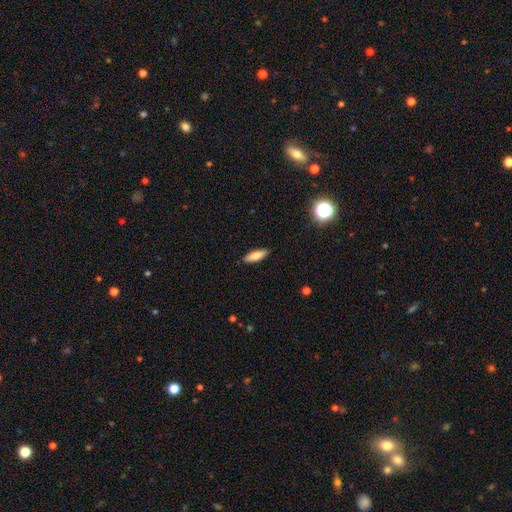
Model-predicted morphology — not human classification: Smooth or featured?
  - smooth: 83% *
  - featured or disk: 11%
  - star or artifact: 7%
How rounded?
  - in between: 55% *
  - cigar-shaped: 43%
  - round: 2%
Merging?
  - none: 89% *
  - minor disturbance: 8%
  - major disturbance: 2%
  - merger: 1%